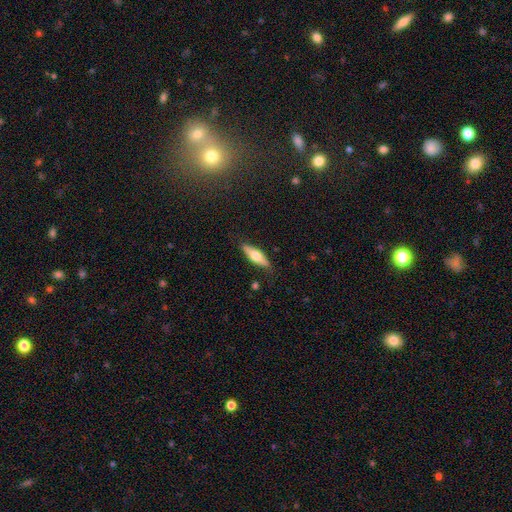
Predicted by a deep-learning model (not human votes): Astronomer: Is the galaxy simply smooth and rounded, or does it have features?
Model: smooth — 52% (runner-up: featured or disk, 42%).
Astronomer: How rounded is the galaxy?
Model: cigar-shaped — 52% (runner-up: in between, 46%).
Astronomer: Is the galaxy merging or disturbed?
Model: none — 84%.